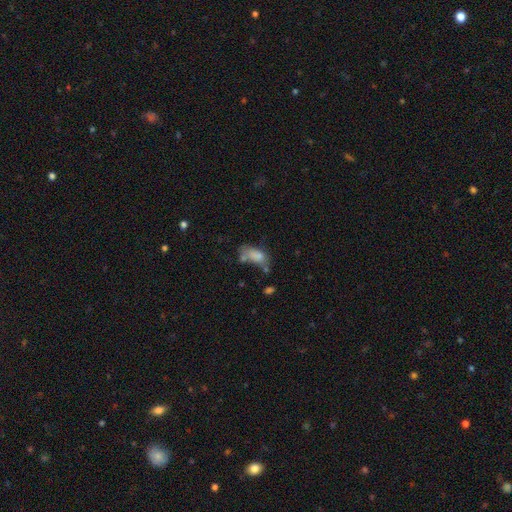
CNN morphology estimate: Smooth or featured? Predicted: smooth (p=0.72). How rounded? Predicted: in between (p=0.88). Merging? Predicted: none (p=0.30).